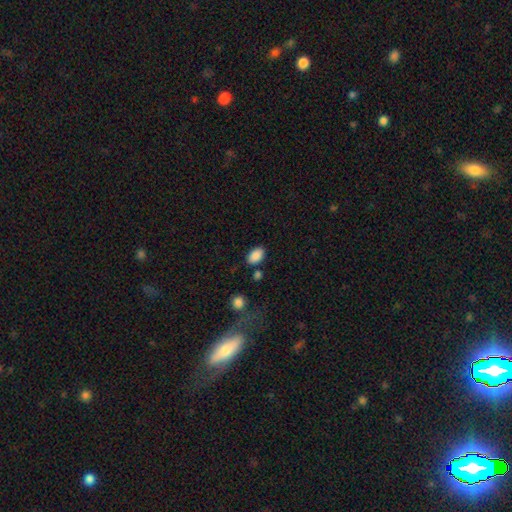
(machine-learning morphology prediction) smooth-or-featured: smooth: 88% | star or artifact: 8% | featured or disk: 4%
  how-rounded: in between: 90% | round: 8% | cigar-shaped: 1%
  merging: none: 79% | minor disturbance: 13% | merger: 5% | major disturbance: 3%